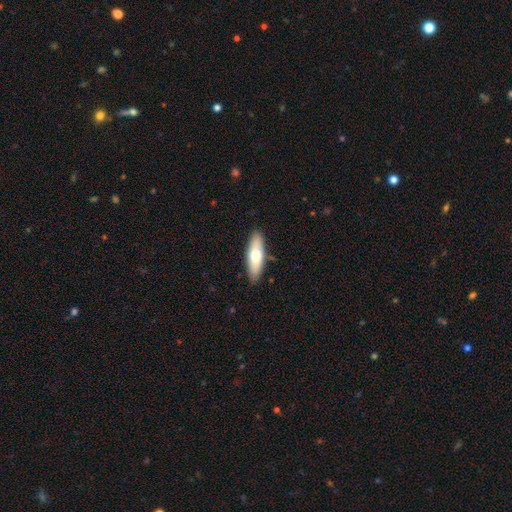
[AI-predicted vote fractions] A smooth galaxy with no disk features (65%) that is in between round and cigar-shaped (54%).

Vote fractions:
- Smooth or featured? smooth: 65% / featured or disk: 30% / star or artifact: 6%
- How rounded? in between: 54% / cigar-shaped: 44% / round: 2%
- Merging? none: 88% / minor disturbance: 9% / major disturbance: 2% / merger: 1%